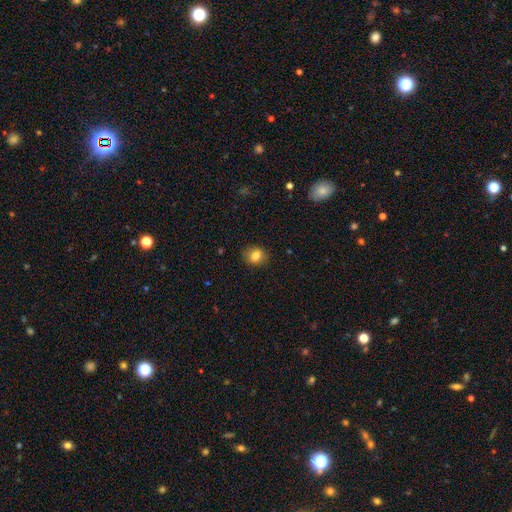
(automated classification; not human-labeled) smooth-or-featured: smooth: 81% | star or artifact: 10% | featured or disk: 9%
  how-rounded: round: 59% | in between: 40% | cigar-shaped: 1%
  merging: none: 86% | minor disturbance: 10% | major disturbance: 3% | merger: 1%